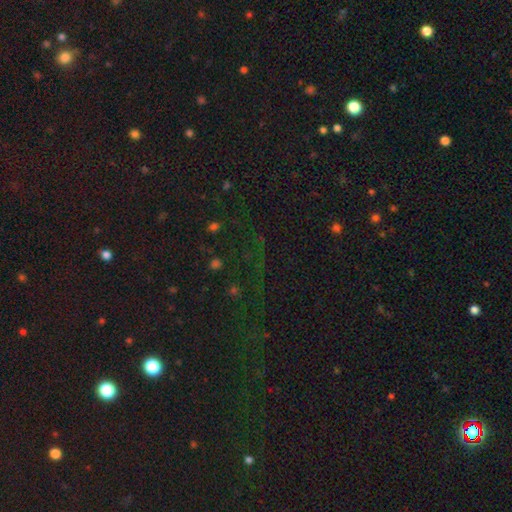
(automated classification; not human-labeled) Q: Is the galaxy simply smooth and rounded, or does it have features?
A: star or artifact — 73%.